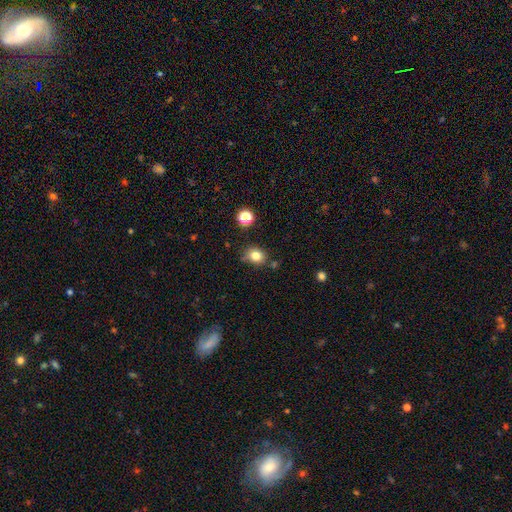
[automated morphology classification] Smooth or featured? Predicted: smooth (p=0.81). How rounded? Predicted: round (p=0.60). Merging? Predicted: none (p=0.73).